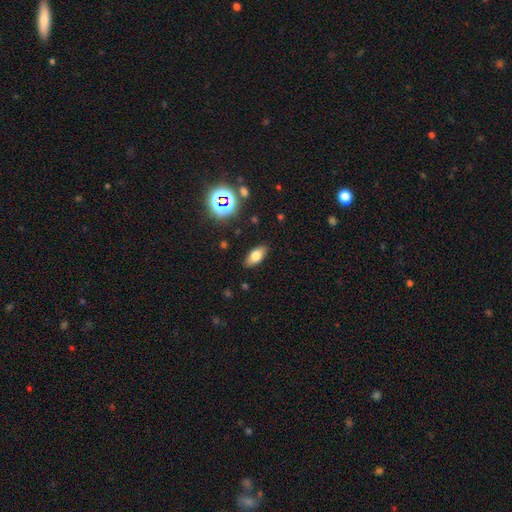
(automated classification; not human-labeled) This appears to be a smooth galaxy with no disk features (74%) that is in between round and cigar-shaped (86%). Merging: none (87%).